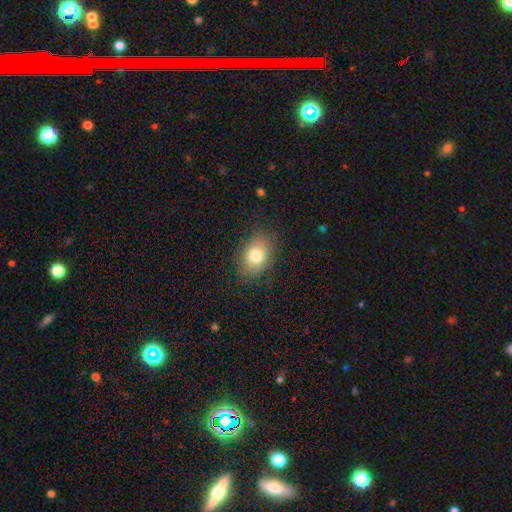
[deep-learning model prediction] A smooth galaxy with no disk features (78%) that is in between round and cigar-shaped (75%). Merging: none (84%).